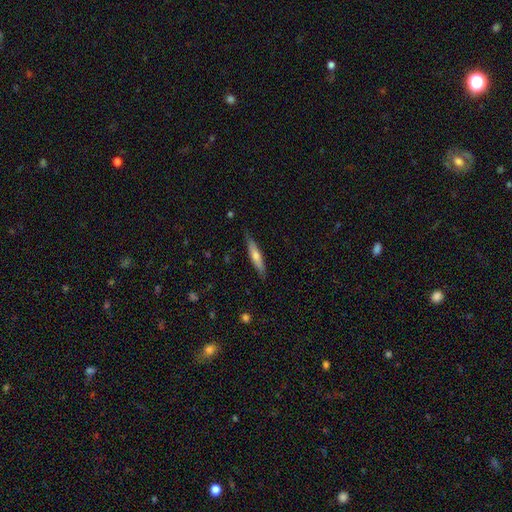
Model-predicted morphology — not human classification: smooth 57%, featured or disk 38%, star or artifact 6%. Down the decision tree: how rounded — cigar-shaped (85%); merging — none (83%).